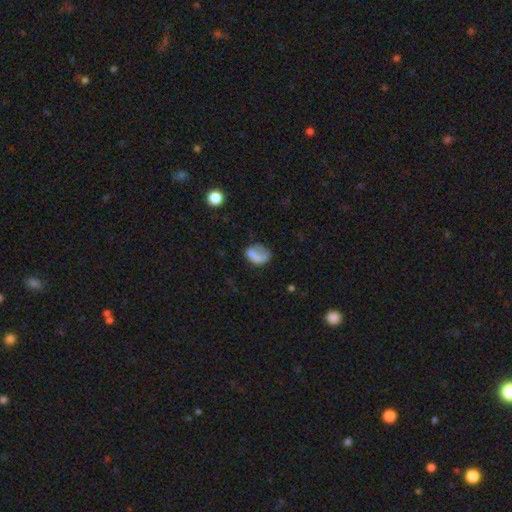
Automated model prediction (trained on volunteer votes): Morphology: type=smooth (66%); roundness=in between (71%); merging=none (35%).